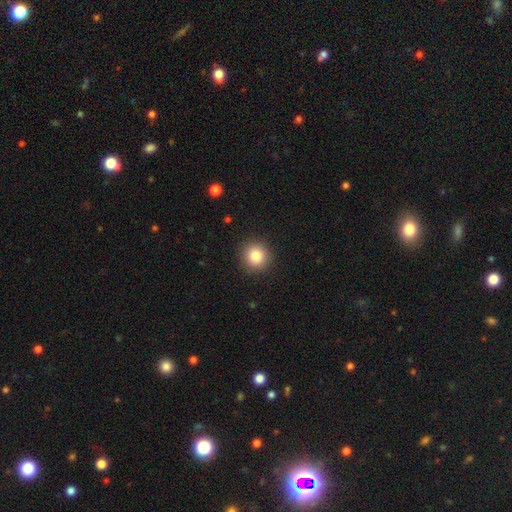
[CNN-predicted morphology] The model was most divided on "smooth or featured": smooth: 85%, star or artifact: 10%, featured or disk: 5%. More confident: how rounded — round (92%); merging — none (91%).